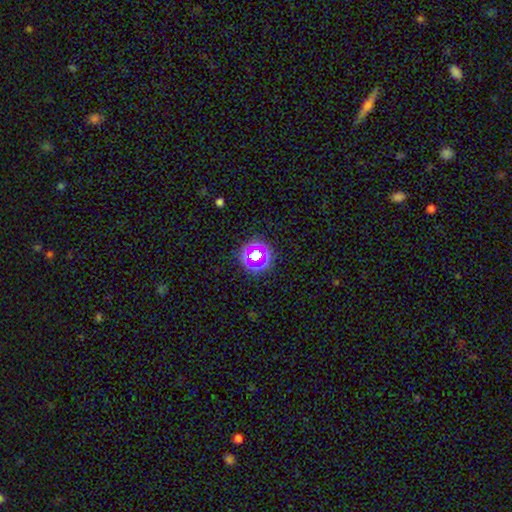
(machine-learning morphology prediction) Smooth or featured?
  - star or artifact: 46% *
  - smooth: 40%
  - featured or disk: 14%